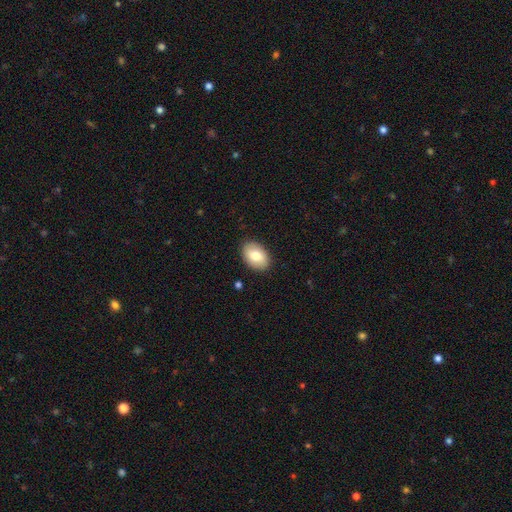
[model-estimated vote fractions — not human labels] Smooth or featured?
  - smooth: 78% *
  - featured or disk: 16%
  - star or artifact: 6%
How rounded?
  - in between: 87% *
  - round: 12%
  - cigar-shaped: 1%
Merging?
  - none: 88% *
  - minor disturbance: 9%
  - major disturbance: 2%
  - merger: 1%